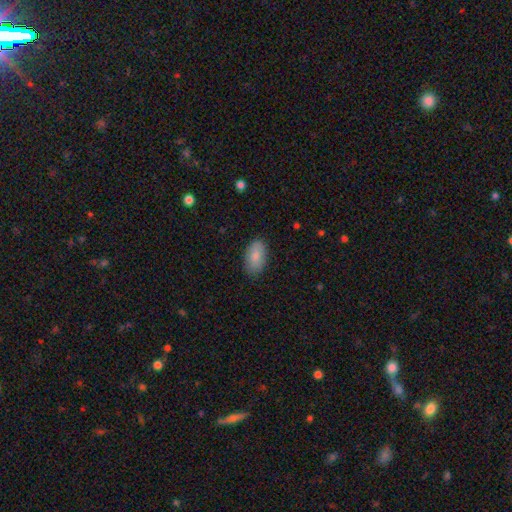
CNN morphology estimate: This appears to be a smooth galaxy with no disk features (83%) that is in between round and cigar-shaped (94%). Merging: none (84%).